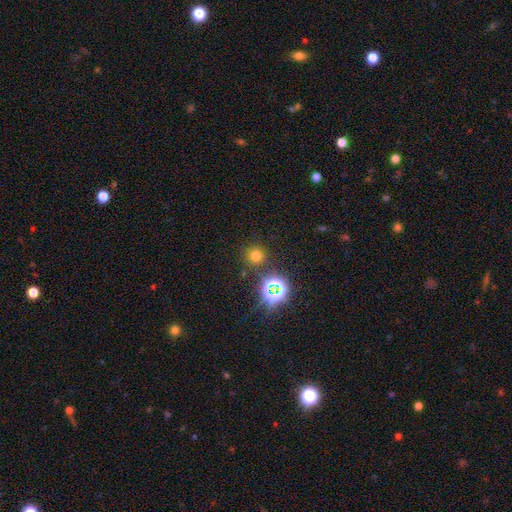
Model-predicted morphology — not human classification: This is likely a smooth galaxy (65%). How rounded: clearly round (94%). Merging: clearly none (86%).